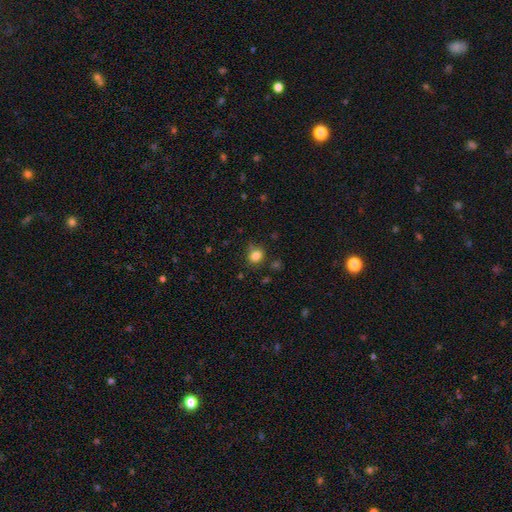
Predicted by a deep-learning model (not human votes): smooth 82%, star or artifact 12%, featured or disk 6%. Down the decision tree: how rounded — round (64%); merging — none (71%).